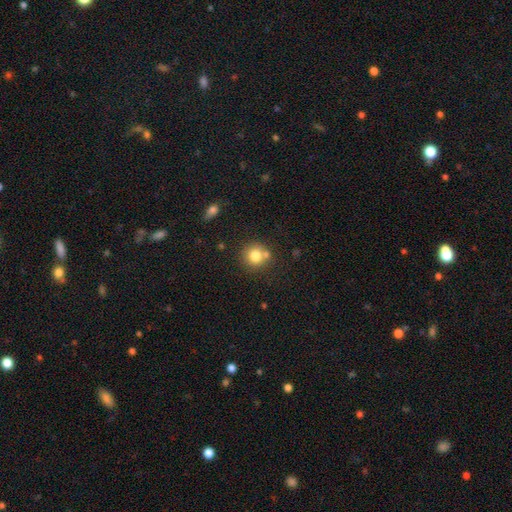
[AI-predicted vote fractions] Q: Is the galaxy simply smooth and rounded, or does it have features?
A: smooth — 79%.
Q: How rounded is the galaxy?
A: round — 91%.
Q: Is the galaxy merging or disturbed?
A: none — 65%.